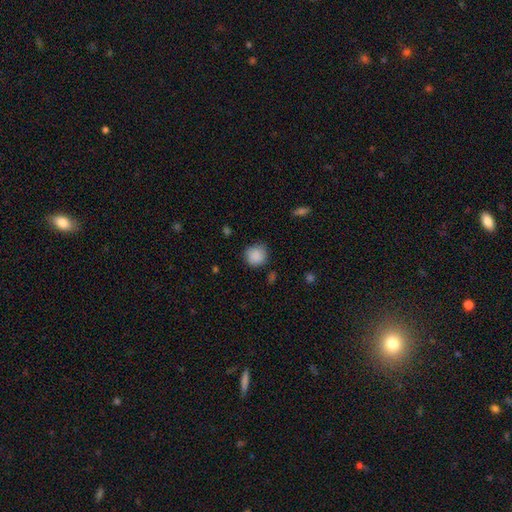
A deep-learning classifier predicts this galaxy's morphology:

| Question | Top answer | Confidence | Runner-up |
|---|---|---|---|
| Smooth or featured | smooth | 88% | star or artifact (8%) |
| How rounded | round | 89% | in between (10%) |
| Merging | none | 79% | minor disturbance (15%) |